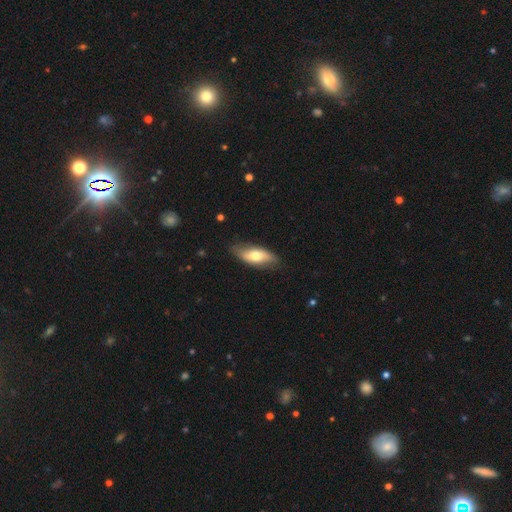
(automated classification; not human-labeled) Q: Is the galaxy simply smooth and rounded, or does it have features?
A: smooth — 60%.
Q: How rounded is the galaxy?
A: in between — 80%.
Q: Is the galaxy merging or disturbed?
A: none — 77%.